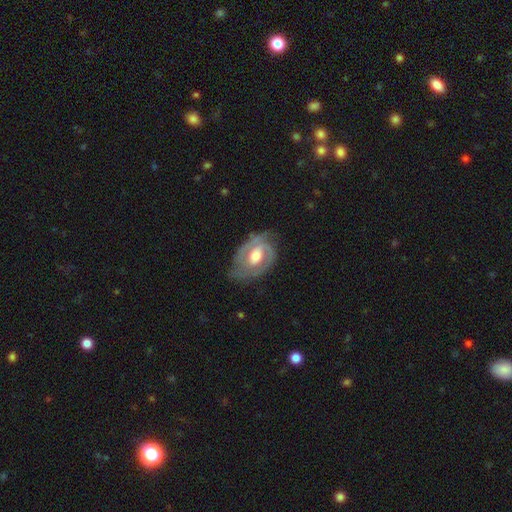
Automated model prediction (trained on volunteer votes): This is clearly a featured or disk galaxy (81%). It is clearly not viewed edge-on (96%). Bar: possibly no (48%). Spiral arm pattern: clearly yes (90%). Spiral arm count: likely 2 (62%). Spiral winding: possibly tight (54%). Central bulge: likely moderate (69%). Merging: likely none (63%).